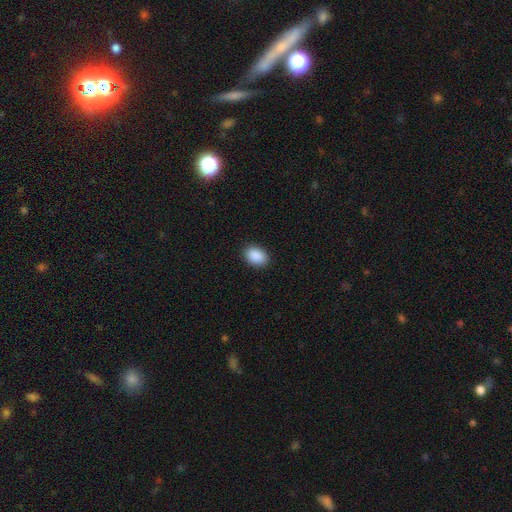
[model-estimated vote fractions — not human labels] Overall: smooth (90%). How rounded: in between (75%). Merging: none (90%).